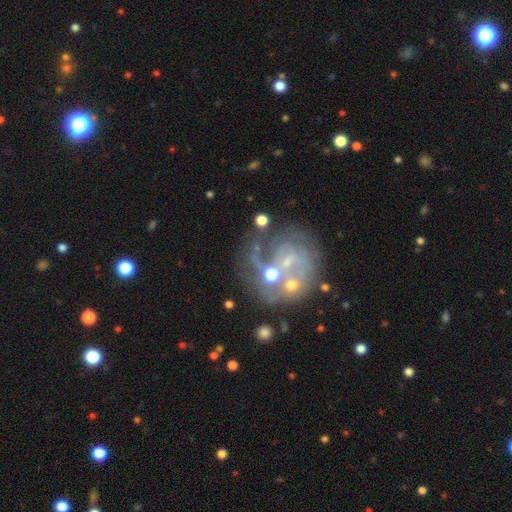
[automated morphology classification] Q: Smooth or featured?
A: featured or disk (72%); runner-up: smooth (15%)
Q: Edge-on disk?
A: no (98%); runner-up: yes (2%)
Q: Bar?
A: no (67%); runner-up: weak (25%)
Q: Spiral arms?
A: yes (64%); runner-up: no (36%)
Q: Bulge size?
A: small (48%); runner-up: moderate (27%)
Q: Merging?
A: none (39%); runner-up: major disturbance (23%)